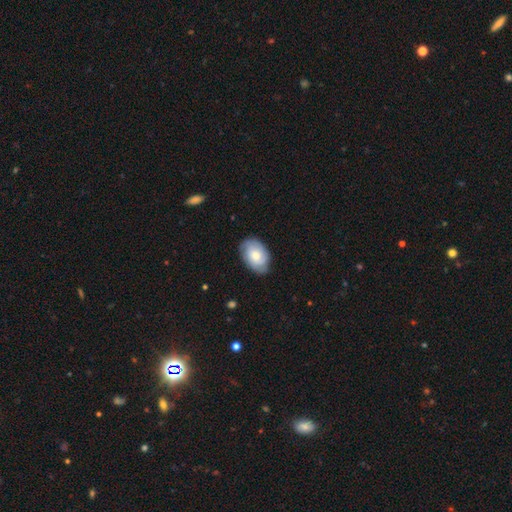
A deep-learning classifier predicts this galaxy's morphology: A smooth galaxy with no disk features (61%) that is in between round and cigar-shaped (87%). Merging: none (78%).